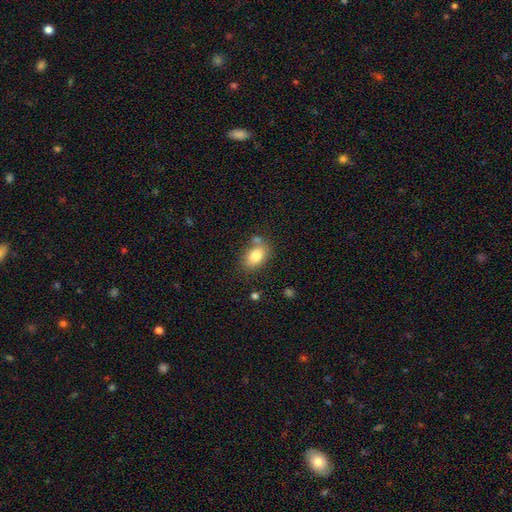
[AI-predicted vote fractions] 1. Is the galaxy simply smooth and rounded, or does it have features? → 82% smooth, 10% featured or disk, 8% star or artifact.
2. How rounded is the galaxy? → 83% in between, 15% round, 1% cigar-shaped.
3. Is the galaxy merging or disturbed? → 67% none, 16% minor disturbance, 12% merger, 4% major disturbance.